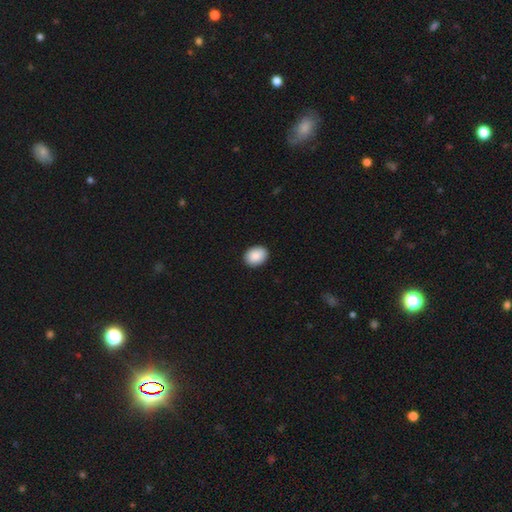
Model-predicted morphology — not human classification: The model was most divided on "how rounded": in between: 60%, round: 39%, cigar-shaped: 1%. More confident: merging — none (90%); smooth or featured — smooth (90%).